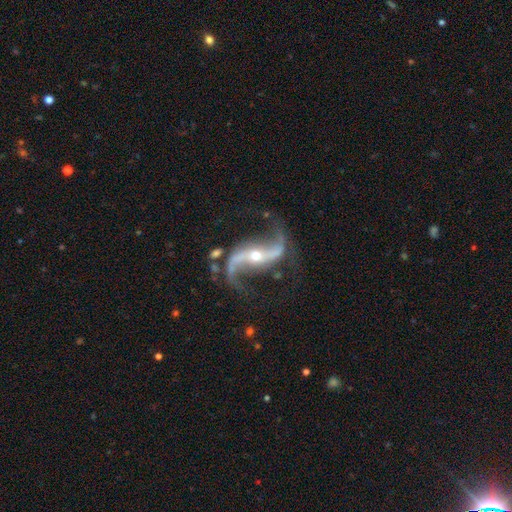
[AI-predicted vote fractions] smooth-or-featured: featured or disk: 93% | star or artifact: 5% | smooth: 2%
  disk-edge-on: no: 96% | yes: 4%
    bar: strong: 51% | no: 26% | weak: 23%
    has-spiral-arms: yes: 98% | no: 2%
      spiral-winding: loose: 80% | medium: 16% | tight: 4%
      spiral-arm-count: 2: 95% | 1: 1% | can't tell: 1% | 3: 1% | 4: 1% | more than 4: 1%
    bulge-size: small: 57% | moderate: 40% | large: 2% | dominant: 1% | none: 1%
  merging: none: 77% | minor disturbance: 13% | major disturbance: 8% | merger: 3%